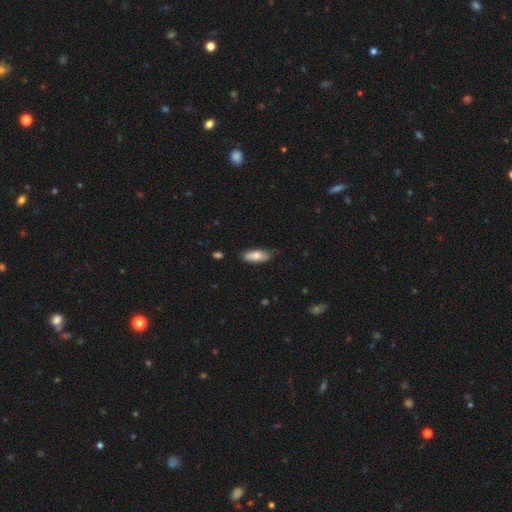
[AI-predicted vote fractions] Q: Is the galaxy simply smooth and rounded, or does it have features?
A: smooth — 77%.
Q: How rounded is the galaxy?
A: in between — 83%.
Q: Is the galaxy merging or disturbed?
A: none — 70%.